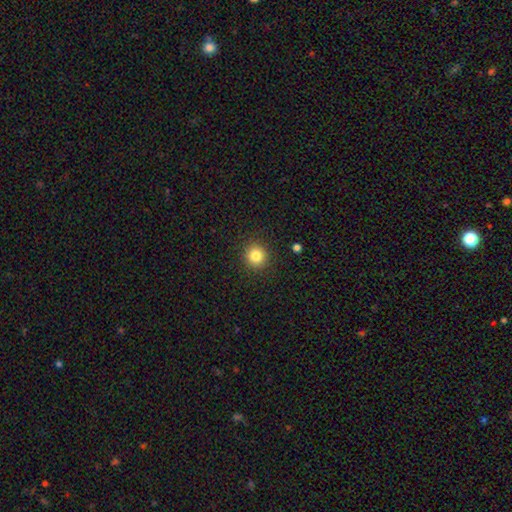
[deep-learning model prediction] The model was most divided on "smooth or featured": smooth: 82%, star or artifact: 12%, featured or disk: 6%. More confident: how rounded — round (93%); merging — none (91%).